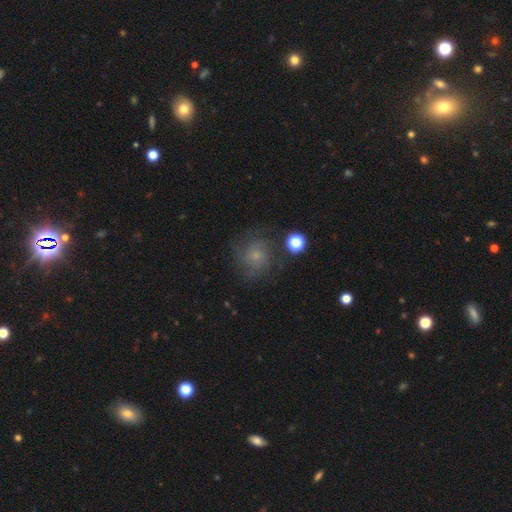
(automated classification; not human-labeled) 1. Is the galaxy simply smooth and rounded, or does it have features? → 50% featured or disk, 34% smooth, 16% star or artifact.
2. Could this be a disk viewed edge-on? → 97% no, 3% yes.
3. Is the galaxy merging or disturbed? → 70% none, 16% minor disturbance, 11% major disturbance, 3% merger.